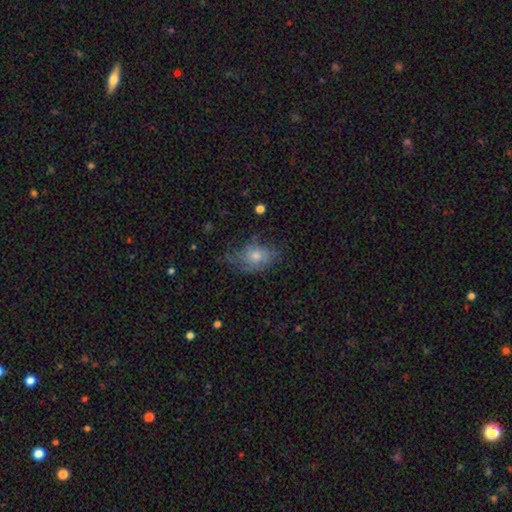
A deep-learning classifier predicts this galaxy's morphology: Q: Smooth or featured?
A: smooth (53%); runner-up: featured or disk (36%)
Q: How rounded?
A: in between (76%); runner-up: round (21%)
Q: Merging?
A: none (52%); runner-up: minor disturbance (30%)